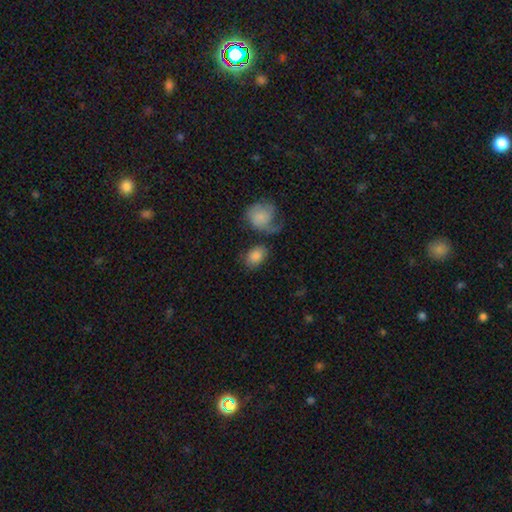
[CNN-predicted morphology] Smooth or featured?
  - smooth: 82% *
  - featured or disk: 11%
  - star or artifact: 7%
How rounded?
  - in between: 75% *
  - round: 24%
  - cigar-shaped: 1%
Merging?
  - none: 59% *
  - minor disturbance: 16%
  - merger: 15%
  - major disturbance: 10%